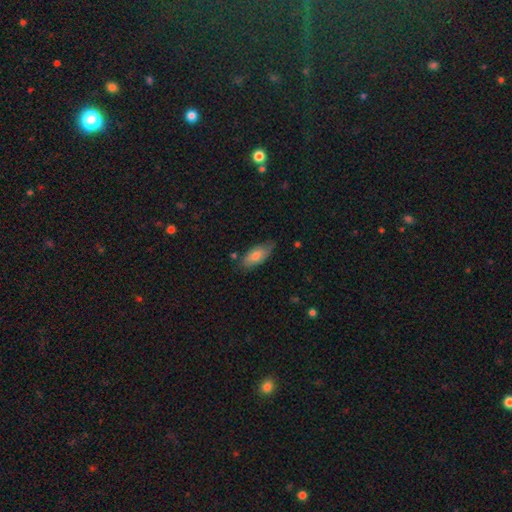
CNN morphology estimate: Smooth or featured?
  - smooth: 77% *
  - featured or disk: 16%
  - star or artifact: 7%
How rounded?
  - in between: 83% *
  - cigar-shaped: 15%
  - round: 2%
Merging?
  - none: 69% *
  - minor disturbance: 24%
  - major disturbance: 5%
  - merger: 2%